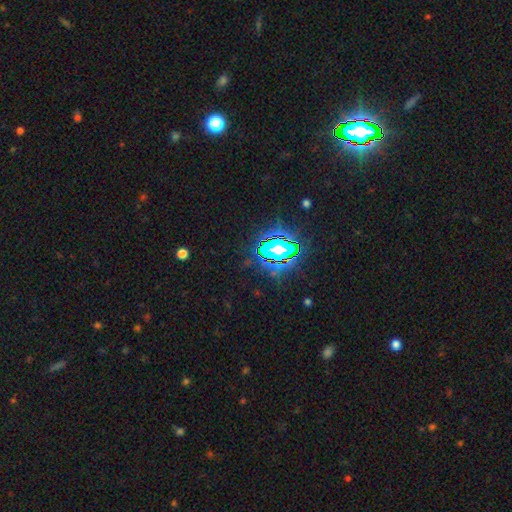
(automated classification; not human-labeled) Smooth or featured: star or artifact — 82% (smooth — 10%)